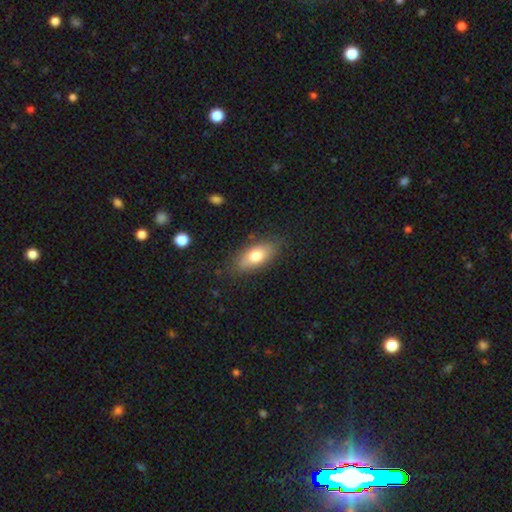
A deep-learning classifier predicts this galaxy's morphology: Q: Smooth or featured?
A: smooth (74%); runner-up: featured or disk (19%)
Q: How rounded?
A: in between (84%); runner-up: cigar-shaped (11%)
Q: Merging?
A: none (82%); runner-up: minor disturbance (13%)